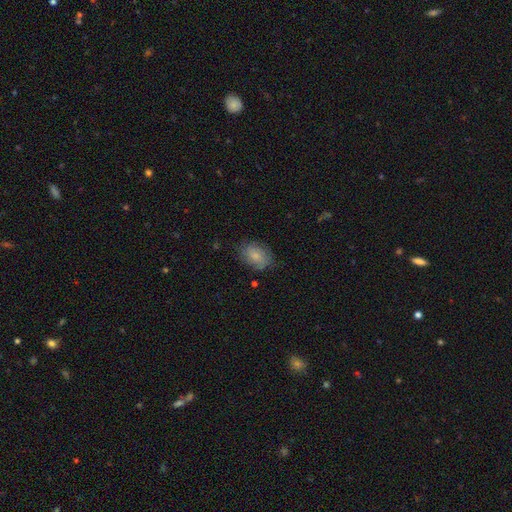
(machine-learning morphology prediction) smooth_or_featured: smooth (p=0.74) [alt: featured or disk p=0.18]
how_rounded: in between (p=0.80) [alt: round p=0.18]
merging: none (p=0.72) [alt: minor disturbance p=0.21]